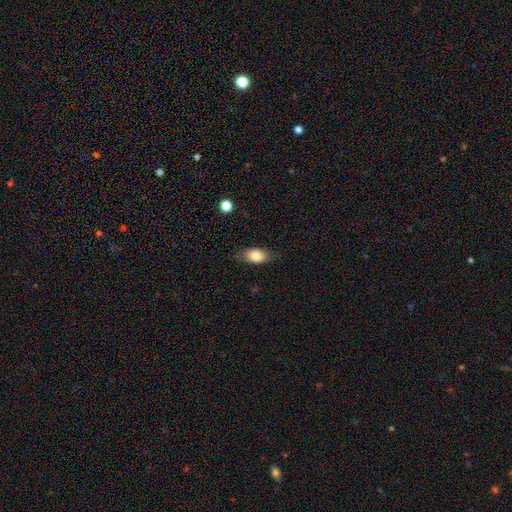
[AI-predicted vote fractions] The model was most divided on "merging": none: 75%, minor disturbance: 19%, major disturbance: 5%, merger: 1%. More confident: how rounded — in between (83%); smooth or featured — smooth (77%).